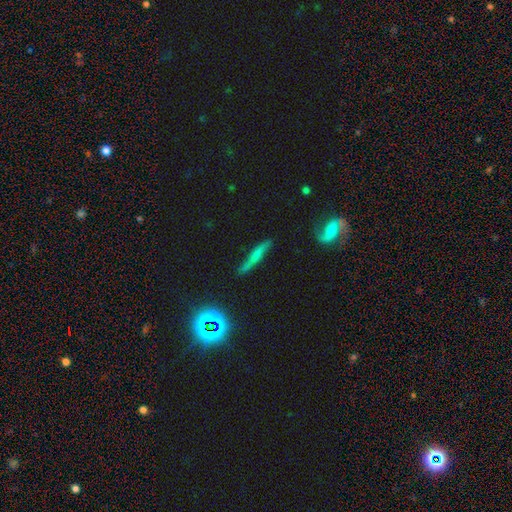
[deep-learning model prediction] Overall: smooth (45%; featured or disk 43%). Merging: none (68%).